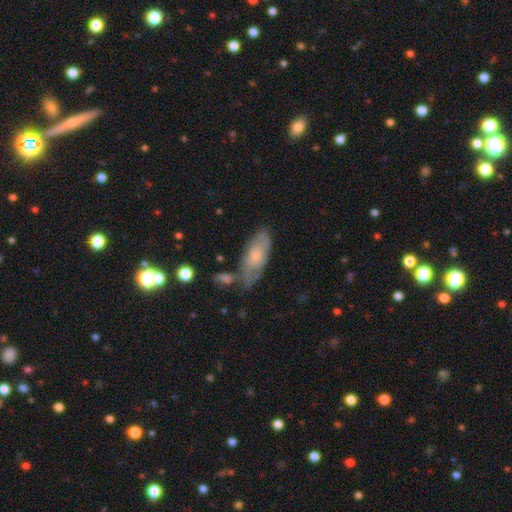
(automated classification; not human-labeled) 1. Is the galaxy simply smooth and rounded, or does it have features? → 54% smooth, 39% featured or disk, 7% star or artifact.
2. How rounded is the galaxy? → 80% in between, 18% cigar-shaped, 3% round.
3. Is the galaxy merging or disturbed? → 54% none, 27% minor disturbance, 10% merger, 9% major disturbance.